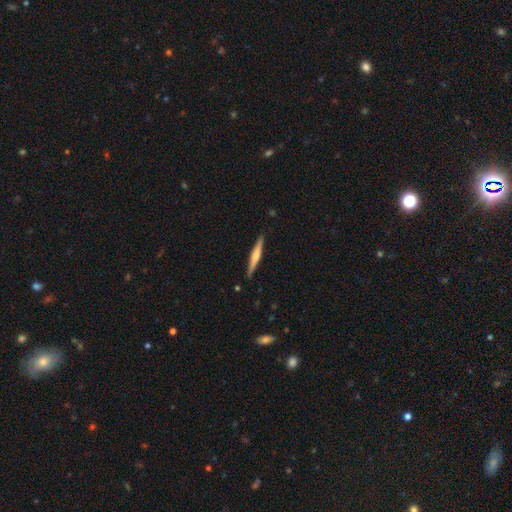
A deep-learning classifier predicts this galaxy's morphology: This appears to be a featured or disk galaxy (61%) viewed edge-on (98%) with a rounded central bulge (75%). Merging: none (90%).